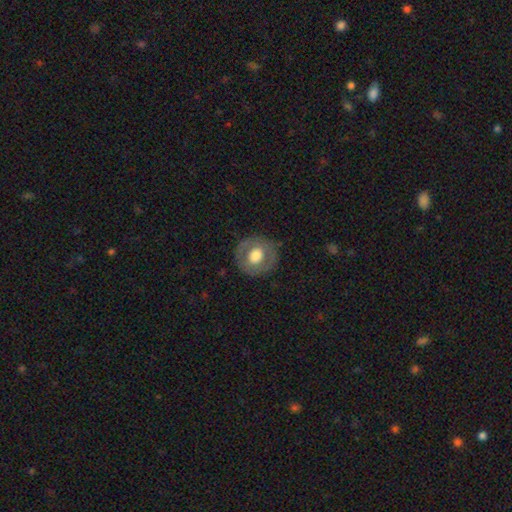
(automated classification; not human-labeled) smooth_or_featured: smooth (p=0.52) [alt: featured or disk p=0.41]
how_rounded: round (p=0.87) [alt: in between p=0.12]
merging: none (p=0.82) [alt: minor disturbance p=0.12]